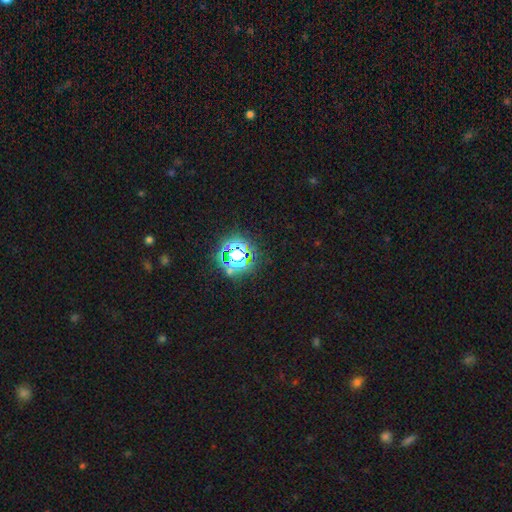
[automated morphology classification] smooth_or_featured: star or artifact (p=0.80) [alt: smooth p=0.15]